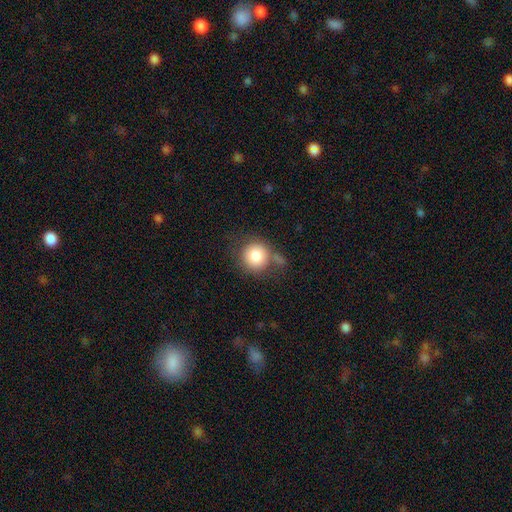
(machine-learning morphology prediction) Smooth or featured? Predicted: smooth (p=0.82). How rounded? Predicted: round (p=0.92). Merging? Predicted: none (p=0.60).